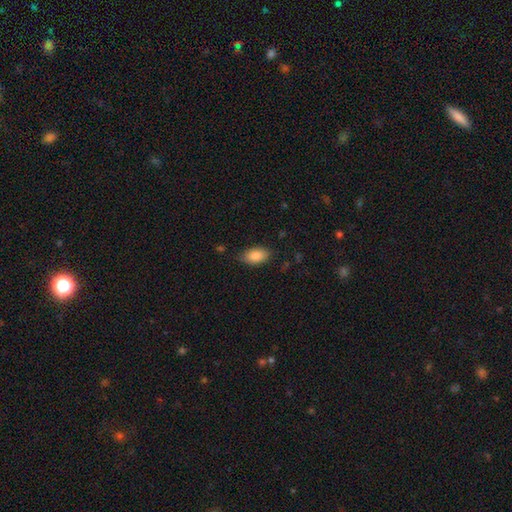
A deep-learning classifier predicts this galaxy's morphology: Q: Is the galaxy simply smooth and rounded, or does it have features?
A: smooth — 86%.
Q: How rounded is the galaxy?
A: in between — 92%.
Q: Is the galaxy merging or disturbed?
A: none — 80%.